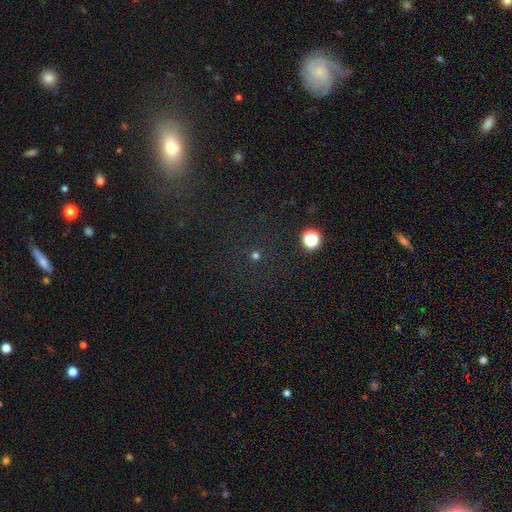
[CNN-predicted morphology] Overall: smooth (61%; star or artifact 33%). How rounded: round (94%). Merging: none (90%).